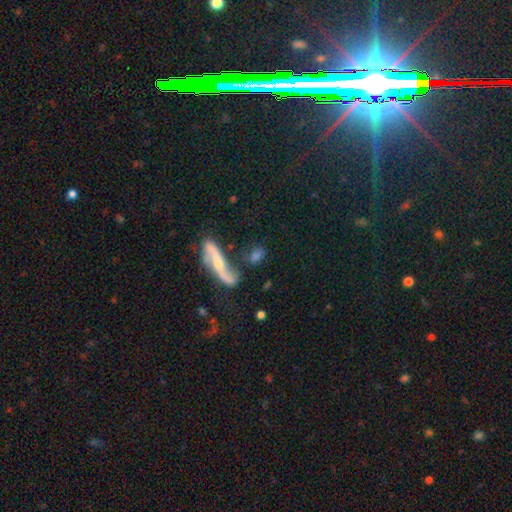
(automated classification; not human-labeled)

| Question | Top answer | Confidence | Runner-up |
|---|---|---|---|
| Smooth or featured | featured or disk | 50% | smooth (38%) |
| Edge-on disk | no | 76% | yes (24%) |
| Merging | none | 57% | minor disturbance (18%) |